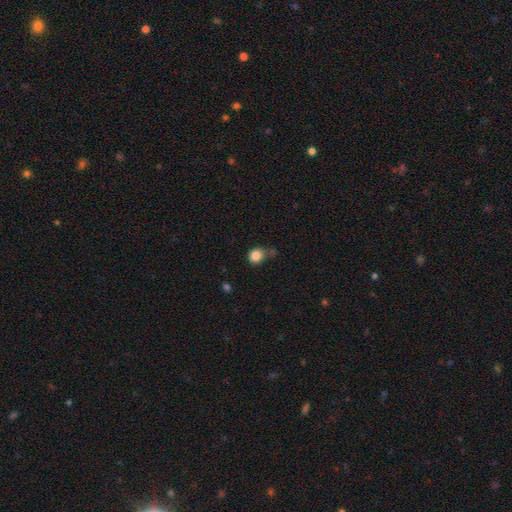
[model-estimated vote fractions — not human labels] Morphology: type=smooth (84%); roundness=round (76%); merging=none (54%).